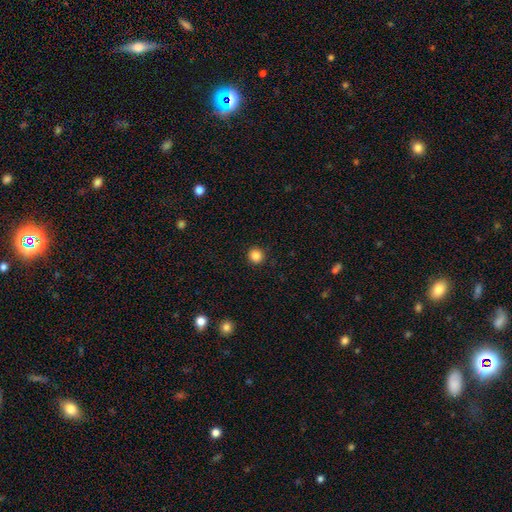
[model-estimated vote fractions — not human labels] Smooth or featured? Predicted: smooth (p=0.85). How rounded? Predicted: round (p=0.94). Merging? Predicted: none (p=0.92).